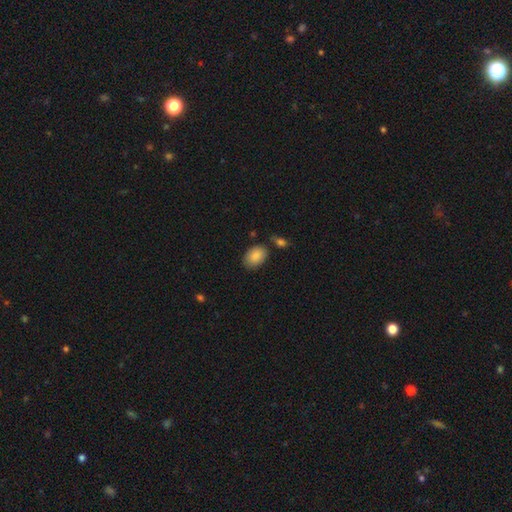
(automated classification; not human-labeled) smooth_or_featured: smooth (p=0.88) [alt: star or artifact p=0.07]
how_rounded: in between (p=0.84) [alt: round p=0.15]
merging: none (p=0.74) [alt: minor disturbance p=0.15]